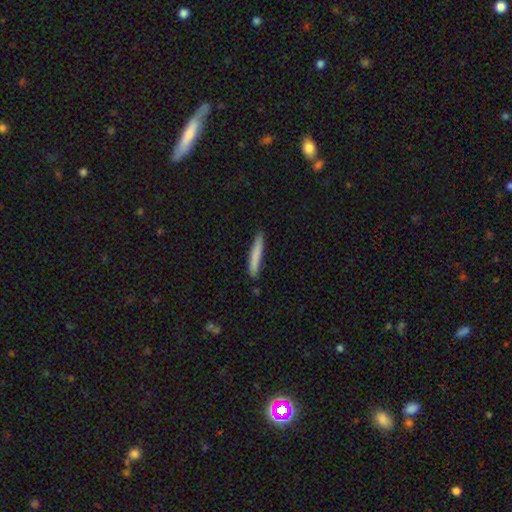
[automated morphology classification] smooth_or_featured: smooth (p=0.79) [alt: featured or disk p=0.15]
how_rounded: cigar-shaped (p=0.95) [alt: in between p=0.04]
merging: none (p=0.84) [alt: minor disturbance p=0.12]